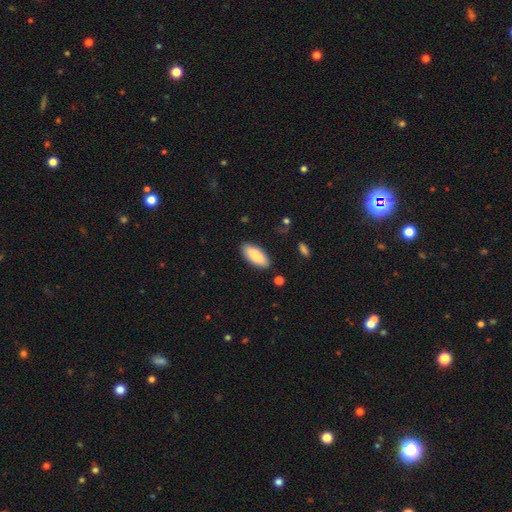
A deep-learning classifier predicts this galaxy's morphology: Overall: smooth (87%). How rounded: in between (82%). Merging: none (87%).